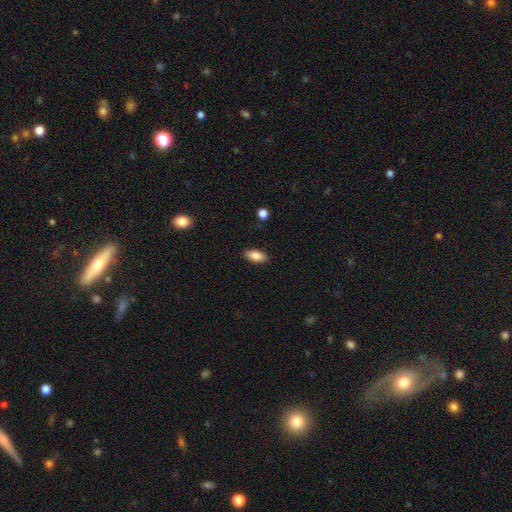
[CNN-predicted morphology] Overall: smooth (86%). How rounded: in between (89%). Merging: none (87%).